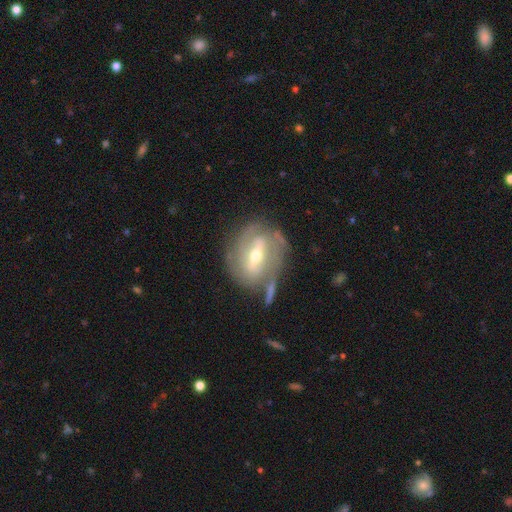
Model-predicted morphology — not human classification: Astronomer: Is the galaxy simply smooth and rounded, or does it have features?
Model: featured or disk — 80%.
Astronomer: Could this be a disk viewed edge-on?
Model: no — 93%.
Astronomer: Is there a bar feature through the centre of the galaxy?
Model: strong — 51% (runner-up: weak, 37%).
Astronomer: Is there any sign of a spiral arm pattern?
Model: yes — 82%.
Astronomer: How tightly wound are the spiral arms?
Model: tight — 52% (runner-up: medium, 34%).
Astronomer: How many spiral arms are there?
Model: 2 — 52%.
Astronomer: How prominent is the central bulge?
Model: moderate — 60% (runner-up: small, 35%).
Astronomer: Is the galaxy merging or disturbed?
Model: none — 63%.